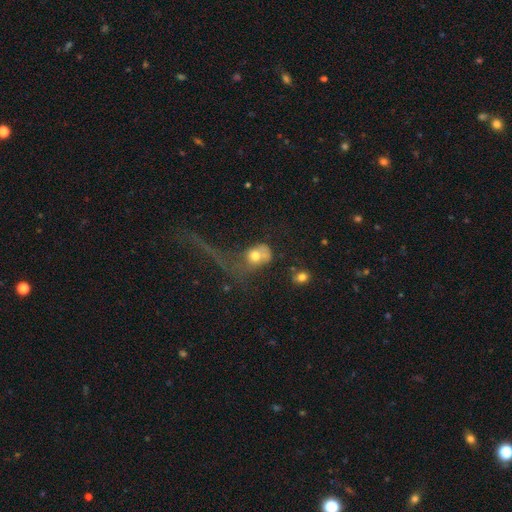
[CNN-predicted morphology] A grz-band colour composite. It shows a smooth galaxy with no disk features (61%) that is in between round and cigar-shaped (54%). Merging: major disturbance (58%).